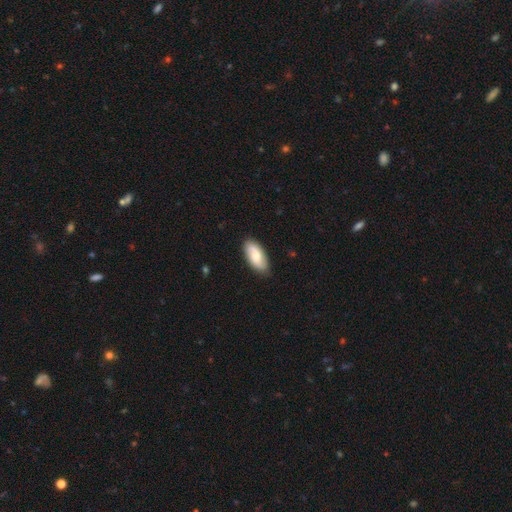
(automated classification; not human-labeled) Q: Smooth or featured?
A: smooth (57%); runner-up: featured or disk (38%)
Q: How rounded?
A: in between (90%); runner-up: cigar-shaped (7%)
Q: Merging?
A: none (87%); runner-up: minor disturbance (10%)